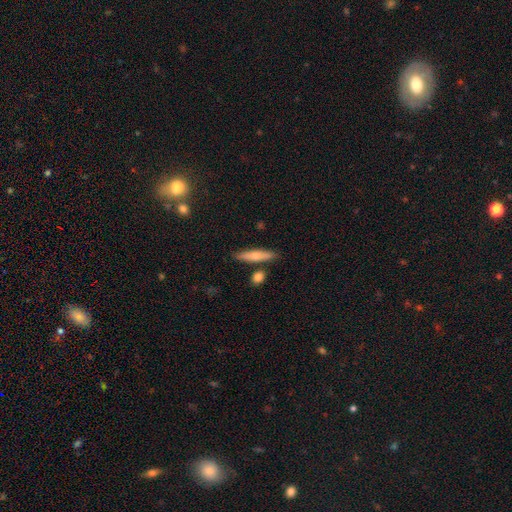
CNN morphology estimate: The model was most divided on "smooth or featured": smooth: 62%, featured or disk: 32%, star or artifact: 6%. More confident: how rounded — cigar-shaped (83%); merging — none (80%).